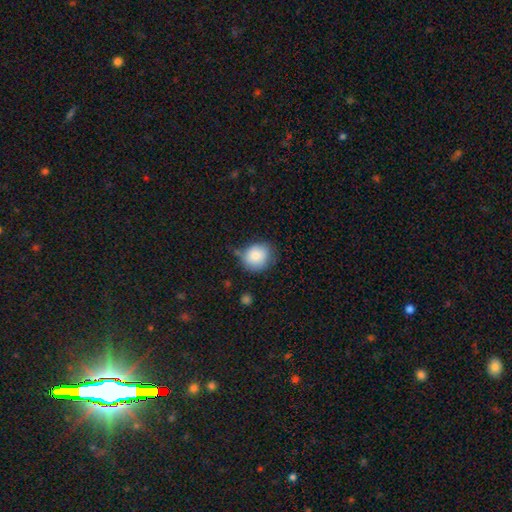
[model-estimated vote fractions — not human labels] Smooth or featured?
  - smooth: 82% *
  - featured or disk: 9%
  - star or artifact: 9%
How rounded?
  - round: 77% *
  - in between: 22%
  - cigar-shaped: 1%
Merging?
  - none: 60% *
  - minor disturbance: 28%
  - major disturbance: 7%
  - merger: 4%